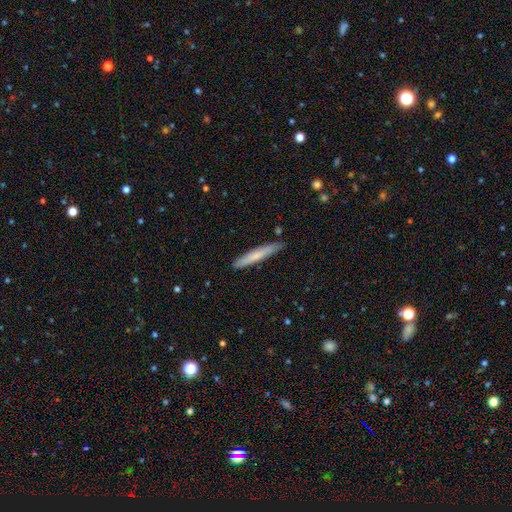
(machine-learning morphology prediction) smooth 68%, featured or disk 27%, star or artifact 6%. Down the decision tree: how rounded — cigar-shaped (95%); merging — none (85%).